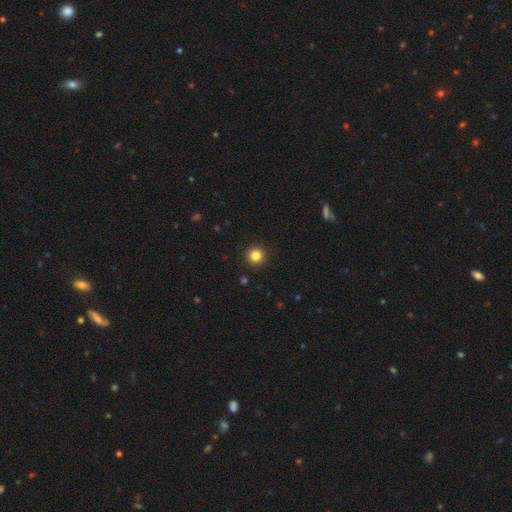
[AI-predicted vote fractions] Overall: smooth (83%). How rounded: round (96%). Merging: none (93%).